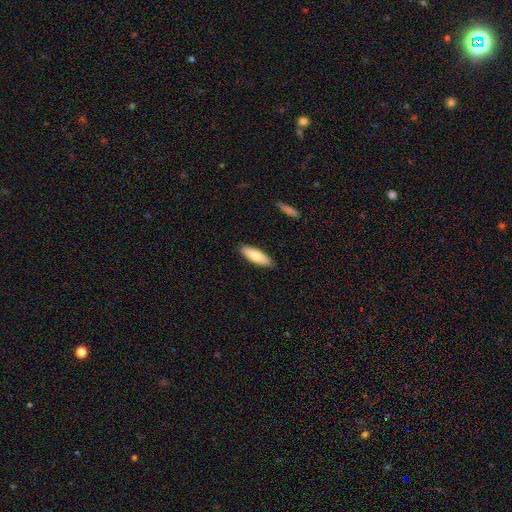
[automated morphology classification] A smooth galaxy with no disk features (80%) that is in between round and cigar-shaped (59%). Merging: none (88%).